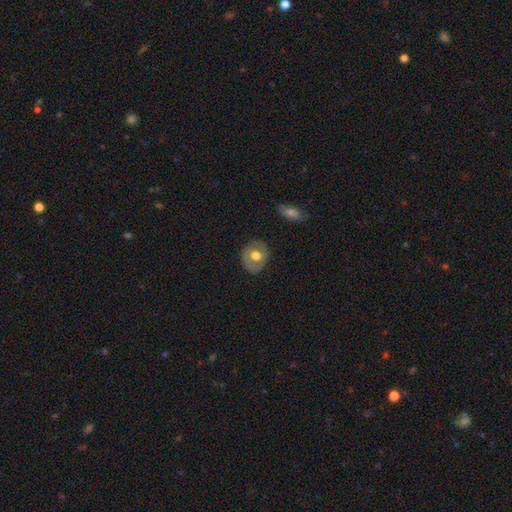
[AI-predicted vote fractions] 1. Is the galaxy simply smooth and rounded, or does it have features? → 48% smooth, 46% featured or disk, 6% star or artifact.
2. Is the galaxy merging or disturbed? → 82% none, 13% minor disturbance, 4% major disturbance, 1% merger.